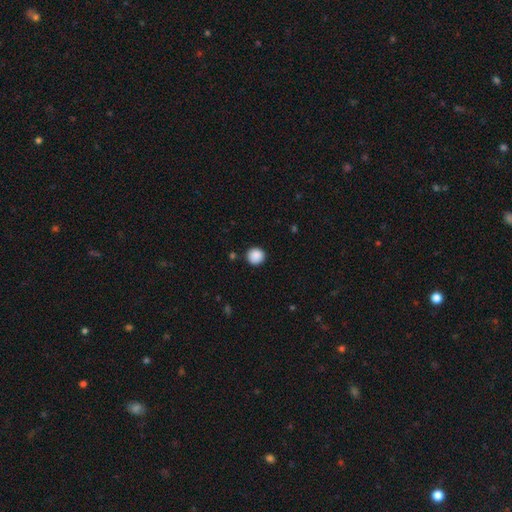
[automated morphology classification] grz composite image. It shows a smooth galaxy with no disk features (89%) that is round (94%). Merging: none (89%).